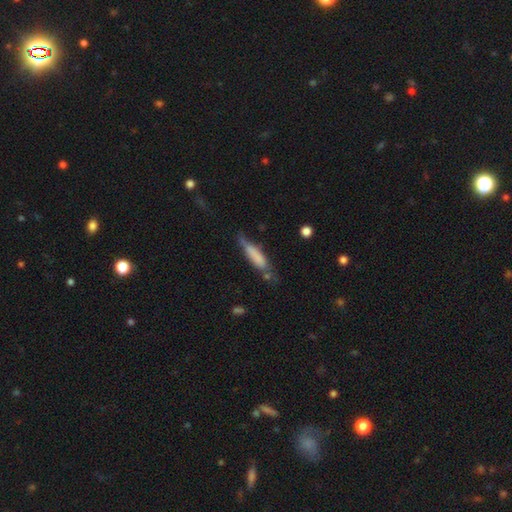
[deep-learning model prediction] Q: Smooth or featured?
A: smooth (68%); runner-up: featured or disk (26%)
Q: How rounded?
A: cigar-shaped (79%); runner-up: in between (19%)
Q: Merging?
A: none (49%); runner-up: minor disturbance (32%)